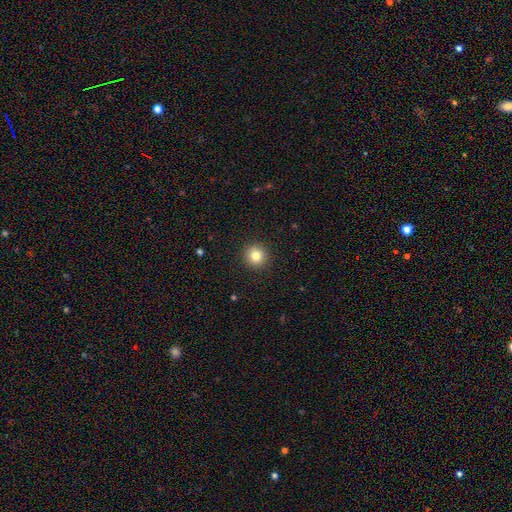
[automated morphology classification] smooth_or_featured: smooth (p=0.81) [alt: star or artifact p=0.11]
how_rounded: round (p=0.95) [alt: in between p=0.04]
merging: none (p=0.93) [alt: minor disturbance p=0.05]